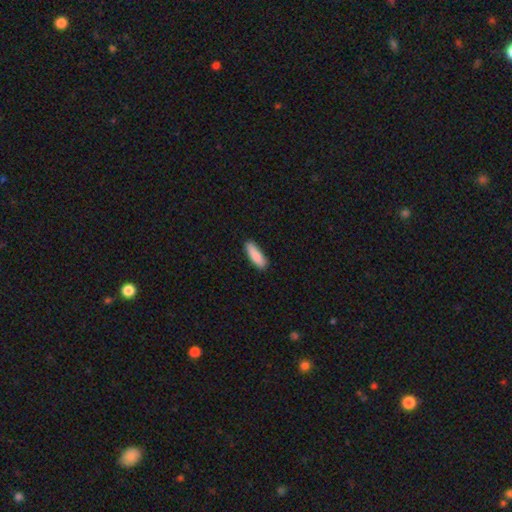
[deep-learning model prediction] A smooth galaxy with no disk features (88%) that is cigar-shaped (54%).

Vote fractions:
- Smooth or featured? smooth: 88% / featured or disk: 7% / star or artifact: 6%
- How rounded? cigar-shaped: 54% / in between: 44% / round: 2%
- Merging? none: 86% / minor disturbance: 11% / major disturbance: 2% / merger: 1%